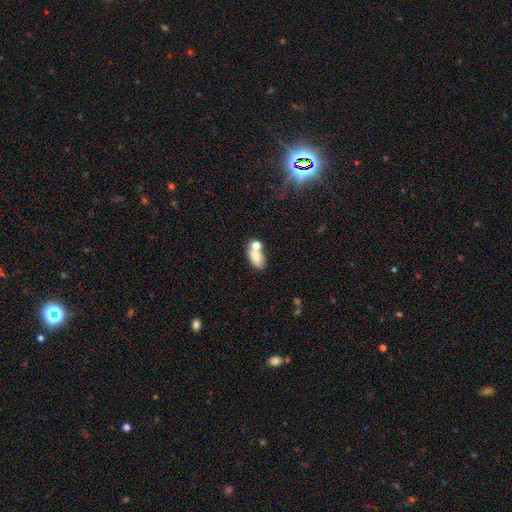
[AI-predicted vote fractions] A smooth galaxy with no disk features (76%) that is in between round and cigar-shaped (87%). Merging: none (46%).